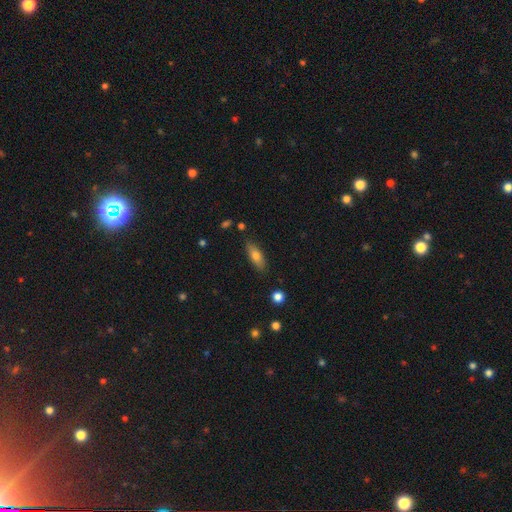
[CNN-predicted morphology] smooth 73%, featured or disk 20%, star or artifact 7%. Down the decision tree: how rounded — in between (67%); merging — none (84%).